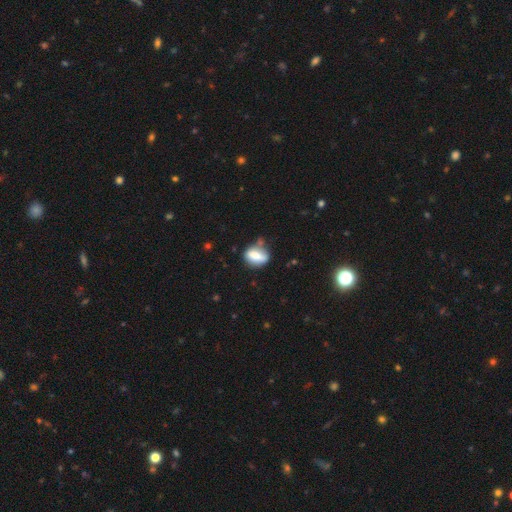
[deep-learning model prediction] Smooth or featured? Predicted: smooth (p=0.67). How rounded? Predicted: in between (p=0.68). Merging? Predicted: none (p=0.54).